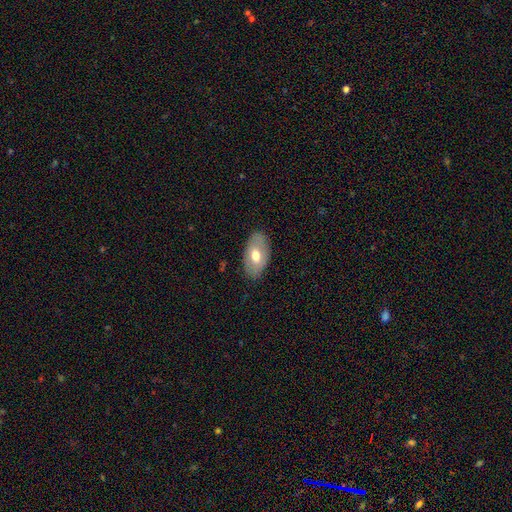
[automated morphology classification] This is likely a smooth galaxy (62%). How rounded: clearly in between (93%). Merging: clearly none (83%).